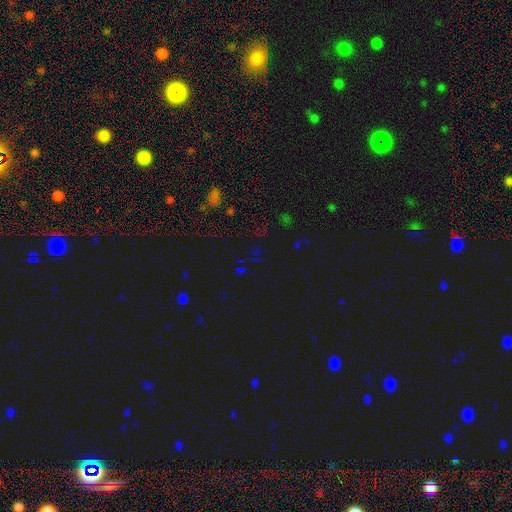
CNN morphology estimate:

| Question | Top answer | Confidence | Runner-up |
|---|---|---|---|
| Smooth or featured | star or artifact | 73% | smooth (19%) |